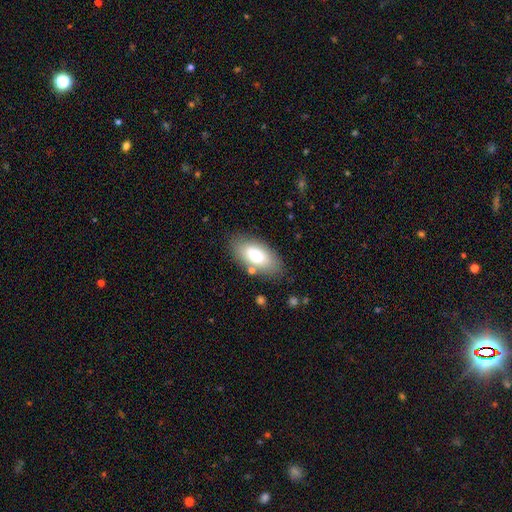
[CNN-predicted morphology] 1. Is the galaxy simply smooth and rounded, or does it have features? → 80% smooth, 13% featured or disk, 7% star or artifact.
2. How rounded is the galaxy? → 93% in between, 5% cigar-shaped, 2% round.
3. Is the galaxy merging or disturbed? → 78% none, 14% minor disturbance, 4% major disturbance, 4% merger.